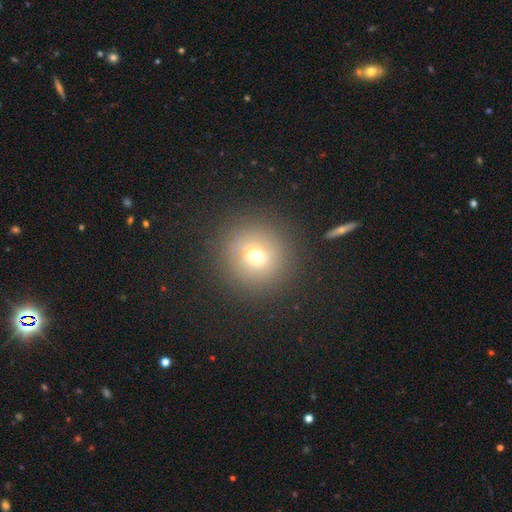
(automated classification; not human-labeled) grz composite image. It shows a smooth galaxy with no disk features (65%) that is round (94%). Merging: none (87%).